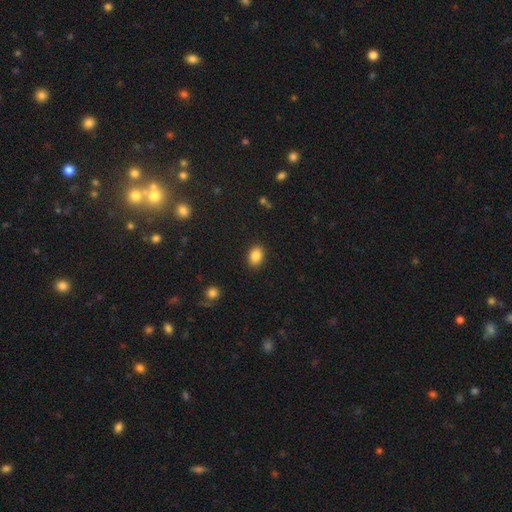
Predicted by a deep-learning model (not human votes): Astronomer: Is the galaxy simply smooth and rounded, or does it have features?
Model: smooth — 86%.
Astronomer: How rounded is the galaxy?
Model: in between — 75%.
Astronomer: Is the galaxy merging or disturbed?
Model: none — 88%.